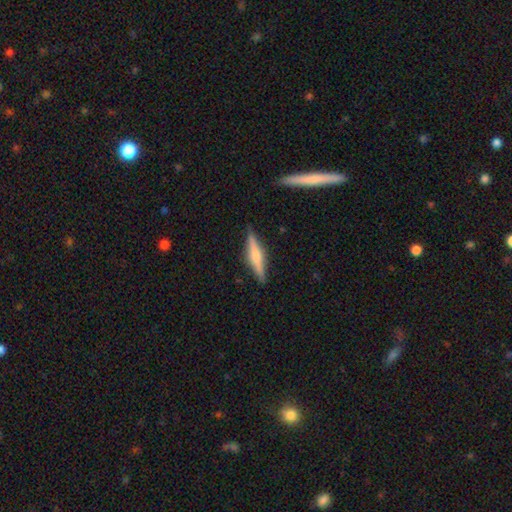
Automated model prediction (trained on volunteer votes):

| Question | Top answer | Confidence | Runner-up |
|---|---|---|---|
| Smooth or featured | featured or disk | 56% | smooth (38%) |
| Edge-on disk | yes | 97% | no (3%) |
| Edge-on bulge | rounded | 69% | boxy (19%) |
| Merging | none | 88% | minor disturbance (8%) |